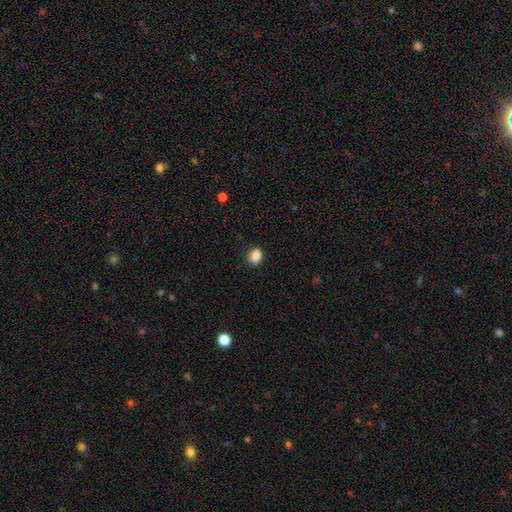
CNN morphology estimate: A smooth galaxy with no disk features (88%) that is in between round and cigar-shaped (66%).

Vote fractions:
- Smooth or featured? smooth: 88% / star or artifact: 10% / featured or disk: 3%
- How rounded? in between: 66% / round: 33% / cigar-shaped: 1%
- Merging? none: 84% / minor disturbance: 12% / major disturbance: 3% / merger: 1%